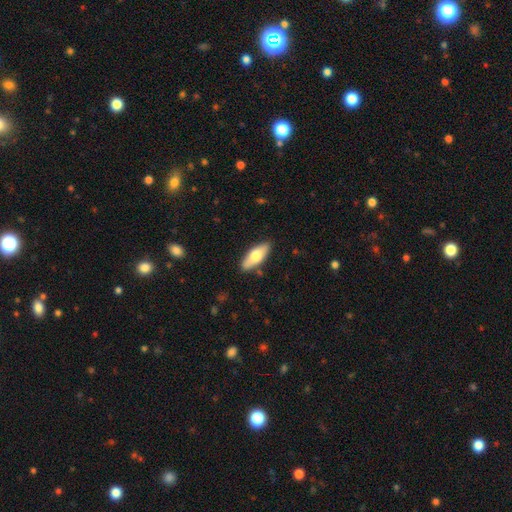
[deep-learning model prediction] smooth 68%, featured or disk 27%, star or artifact 6%. Down the decision tree: how rounded — in between (74%); merging — none (86%).